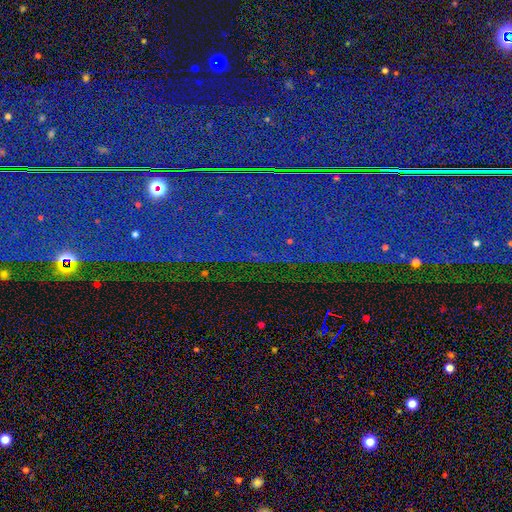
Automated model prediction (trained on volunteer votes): Smooth or featured?
  - star or artifact: 87% *
  - featured or disk: 7%
  - smooth: 6%